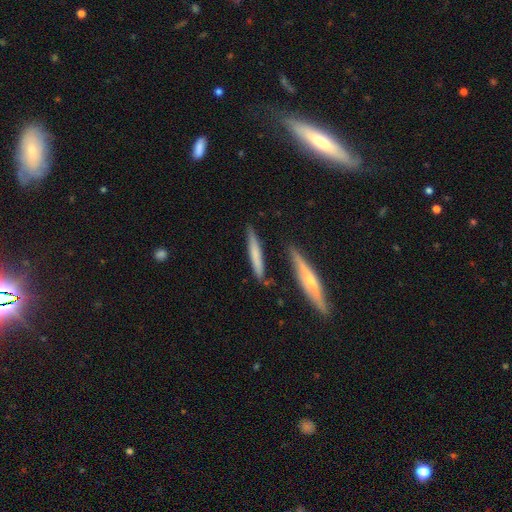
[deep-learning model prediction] Smooth or featured: smooth — 60% (featured or disk — 34%)
How rounded: cigar-shaped — 92% (in between — 7%)
Merging: none — 80% (minor disturbance — 13%)